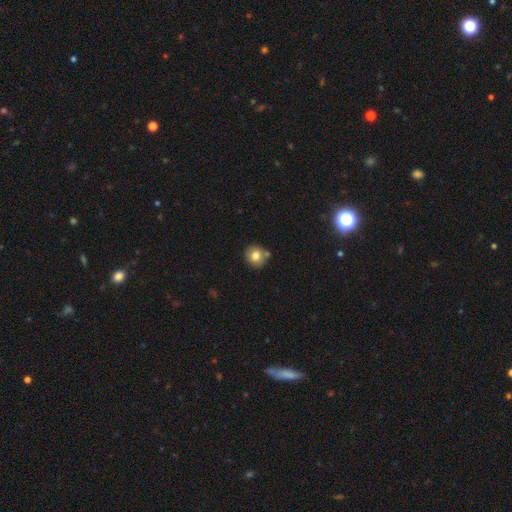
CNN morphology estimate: smooth_or_featured: smooth (p=0.79) [alt: featured or disk p=0.12]
how_rounded: round (p=0.89) [alt: in between p=0.10]
merging: none (p=0.73) [alt: minor disturbance p=0.12]